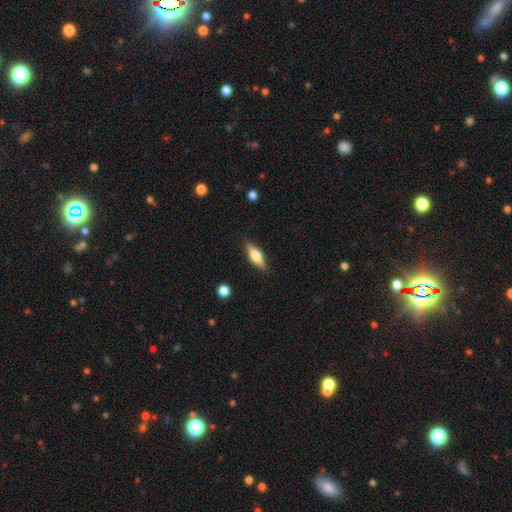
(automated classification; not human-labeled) A smooth galaxy with no disk features (55%) that is in between round and cigar-shaped (57%).

Vote fractions:
- Smooth or featured? smooth: 55% / featured or disk: 39% / star or artifact: 6%
- How rounded? in between: 57% / cigar-shaped: 40% / round: 3%
- Merging? none: 87% / minor disturbance: 10% / major disturbance: 2% / merger: 1%